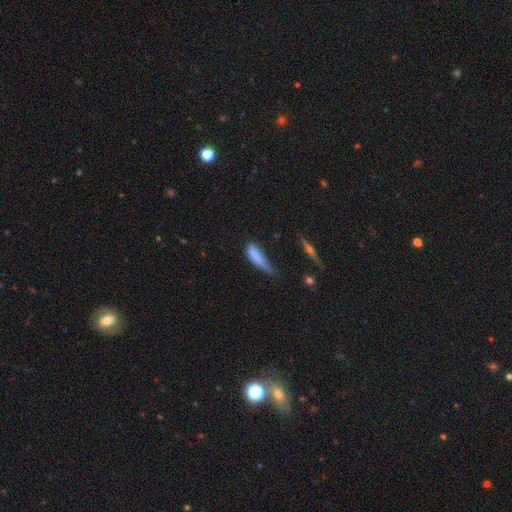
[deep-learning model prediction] smooth 76%, featured or disk 15%, star or artifact 9%. Down the decision tree: how rounded — cigar-shaped (59%); merging — minor disturbance (41%).